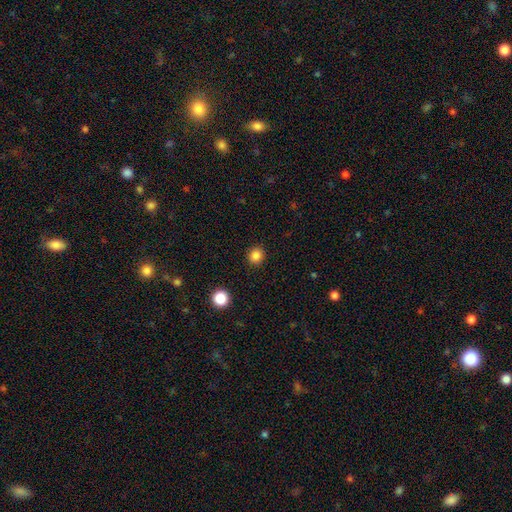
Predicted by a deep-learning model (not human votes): A smooth galaxy with no disk features (84%) that is round (85%). Merging: none (91%).